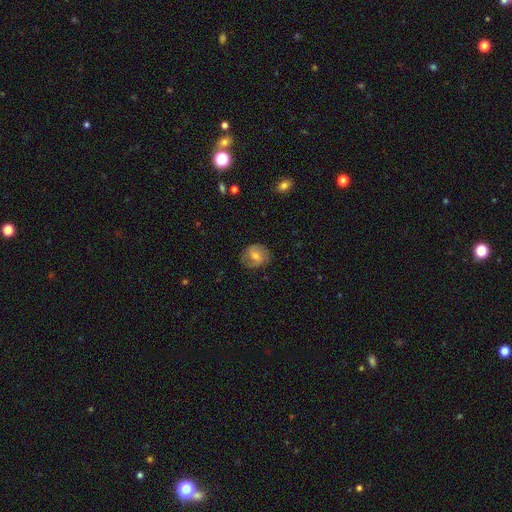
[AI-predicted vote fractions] Morphology: type=featured or disk (49%); merging=none (78%).